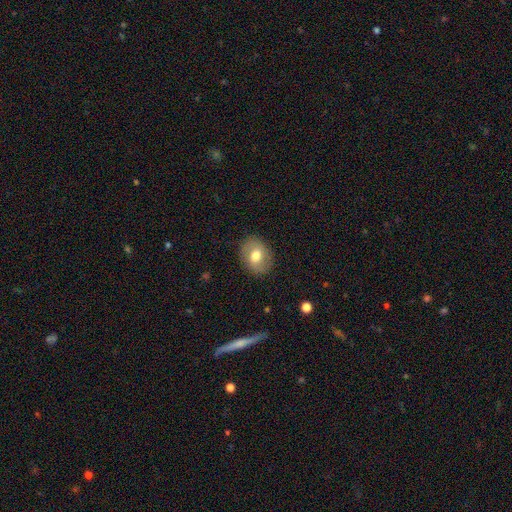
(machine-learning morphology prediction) A smooth galaxy with no disk features (68%) that is in between round and cigar-shaped (53%).

Vote fractions:
- Smooth or featured? smooth: 68% / featured or disk: 24% / star or artifact: 8%
- How rounded? in between: 53% / round: 46% / cigar-shaped: 1%
- Merging? none: 86% / minor disturbance: 10% / major disturbance: 3% / merger: 1%